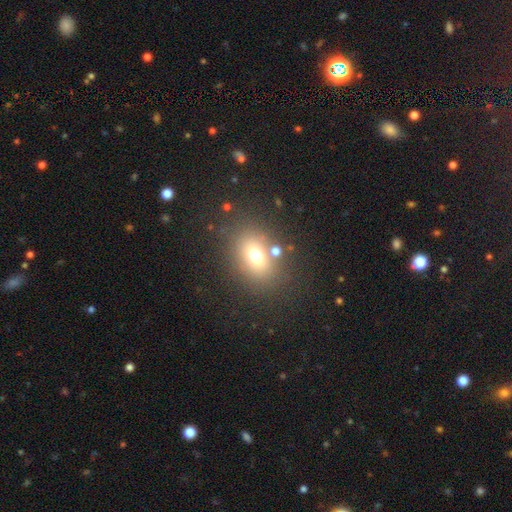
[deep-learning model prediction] Smooth or featured? Predicted: smooth (p=0.69). How rounded? Predicted: in between (p=0.61). Merging? Predicted: none (p=0.73).